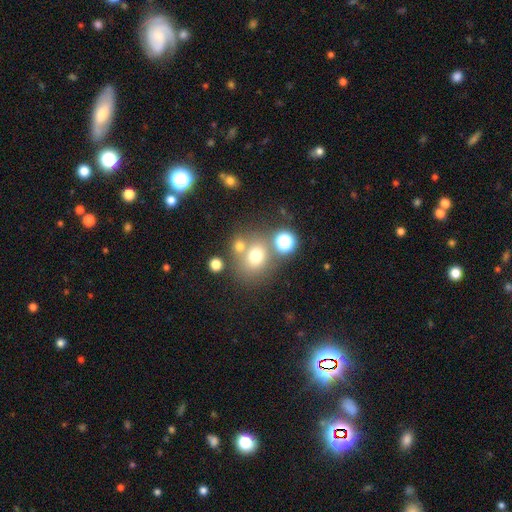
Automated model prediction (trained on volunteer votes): Smooth or featured: smooth — 68% (star or artifact — 18%)
How rounded: round — 74% (in between — 25%)
Merging: none — 59% (merger — 25%)